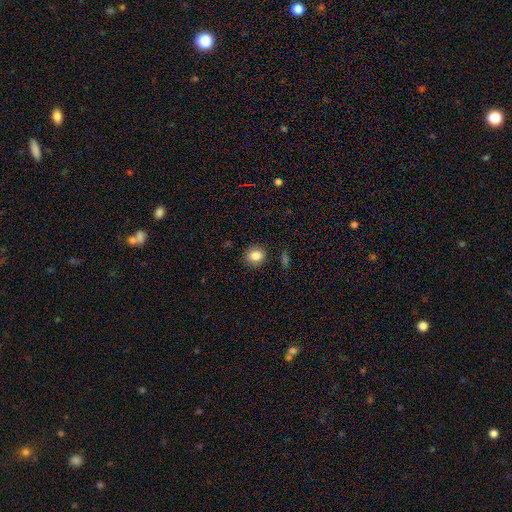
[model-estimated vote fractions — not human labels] Q: Smooth or featured?
A: smooth (85%); runner-up: star or artifact (10%)
Q: How rounded?
A: round (66%); runner-up: in between (33%)
Q: Merging?
A: none (87%); runner-up: minor disturbance (9%)